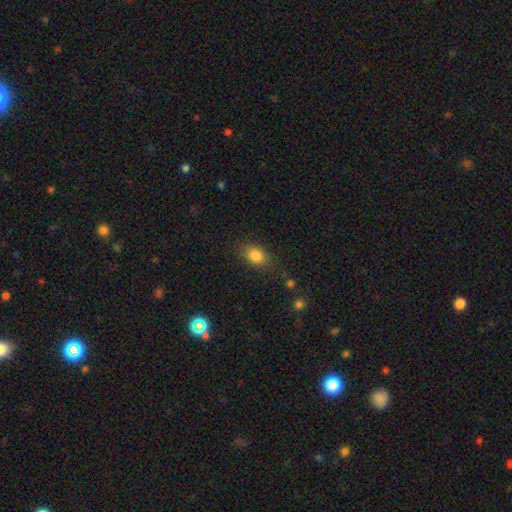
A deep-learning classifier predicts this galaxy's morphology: Smooth or featured? Predicted: smooth (p=0.83). How rounded? Predicted: in between (p=0.74). Merging? Predicted: none (p=0.77).